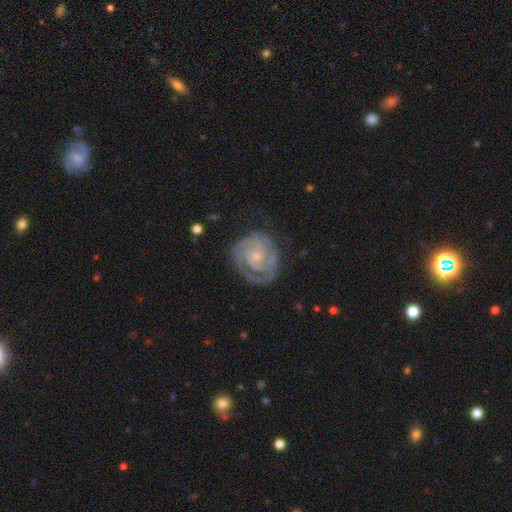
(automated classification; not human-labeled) This is clearly a featured or disk galaxy (90%). It is clearly not viewed edge-on (98%). Bar: likely no (67%). Spiral arm pattern: clearly yes (98%). Spiral arm count: likely 2 (61%). Spiral winding: likely tight (76%). Central bulge: likely small (76%). Merging: likely none (74%).